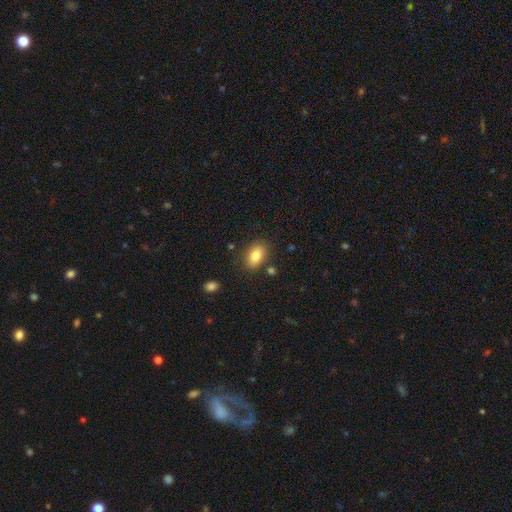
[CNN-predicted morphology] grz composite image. It shows a smooth galaxy with no disk features (81%) that is in between round and cigar-shaped (87%). Merging: none (81%).